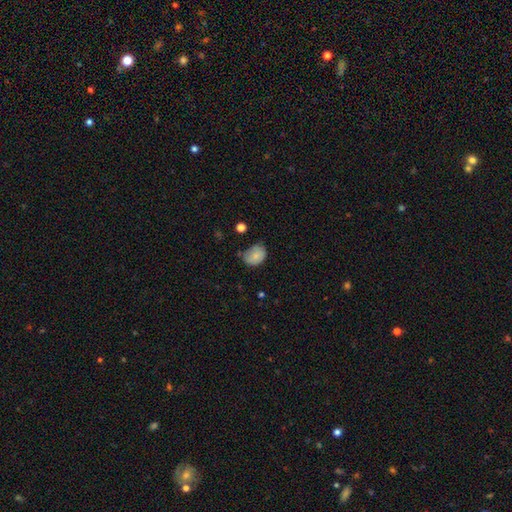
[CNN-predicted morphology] smooth_or_featured: smooth (p=0.80) [alt: featured or disk p=0.12]
how_rounded: in between (p=0.63) [alt: round p=0.37]
merging: none (p=0.50) [alt: minor disturbance p=0.39]